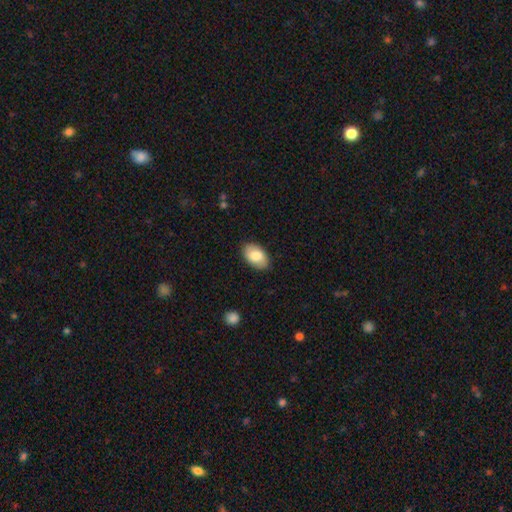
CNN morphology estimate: smooth-or-featured: smooth: 82% | featured or disk: 12% | star or artifact: 6%
  how-rounded: in between: 92% | round: 7% | cigar-shaped: 1%
  merging: none: 87% | minor disturbance: 10% | major disturbance: 2% | merger: 1%